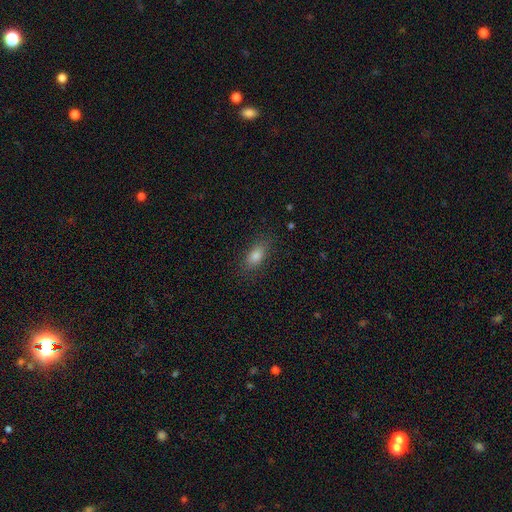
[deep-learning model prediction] smooth_or_featured: smooth (p=0.79) [alt: star or artifact p=0.11]
how_rounded: in between (p=0.82) [alt: cigar-shaped p=0.11]
merging: none (p=0.84) [alt: minor disturbance p=0.12]